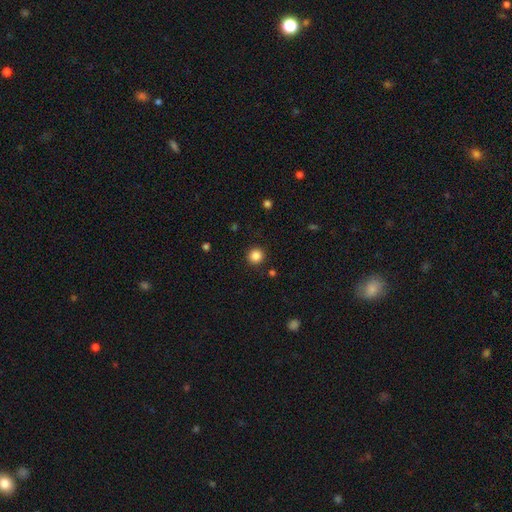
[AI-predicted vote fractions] Smooth or featured? Predicted: smooth (p=0.85). How rounded? Predicted: round (p=0.94). Merging? Predicted: none (p=0.91).